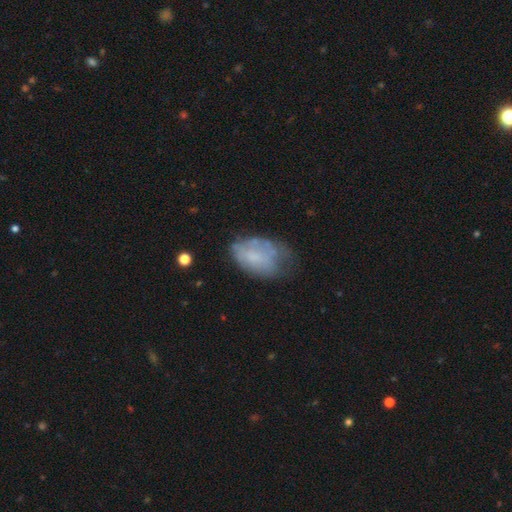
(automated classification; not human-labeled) smooth-or-featured: smooth: 57% | featured or disk: 33% | star or artifact: 9%
  how-rounded: in between: 89% | round: 10% | cigar-shaped: 1%
  merging: none: 41% | minor disturbance: 35% | major disturbance: 20% | merger: 4%